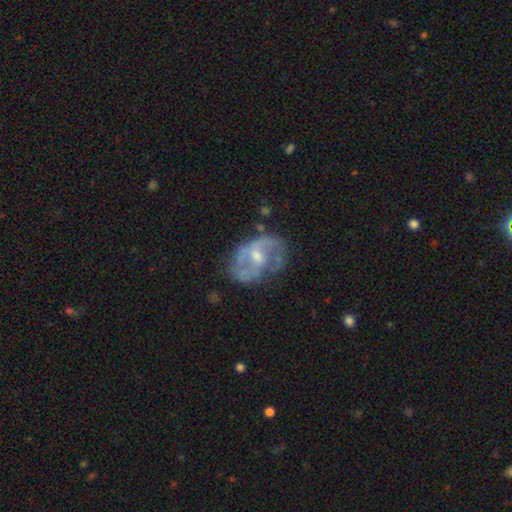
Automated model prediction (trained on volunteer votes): Smooth or featured: featured or disk — 76% (smooth — 17%)
Edge-on disk: no — 97% (yes — 3%)
Bar: weak — 44% (tied with no — 44%)
Spiral arms: yes — 69% (no — 31%)
Spiral winding: medium — 47% (loose — 32%)
Spiral arm count: 2 — 65% (can't tell — 21%)
Bulge size: moderate — 48% (small — 45%)
Merging: none — 54% (minor disturbance — 24%)